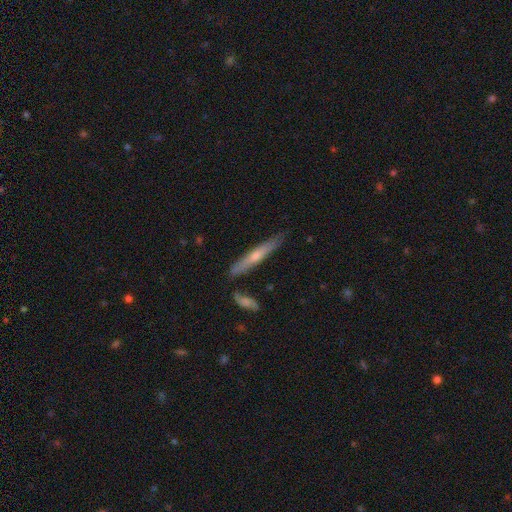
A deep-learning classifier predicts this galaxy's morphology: This is possibly a featured or disk galaxy (55%). It is clearly viewed edge-on (92%). Edge-on bulge: likely rounded (70%). Merging: clearly none (81%).